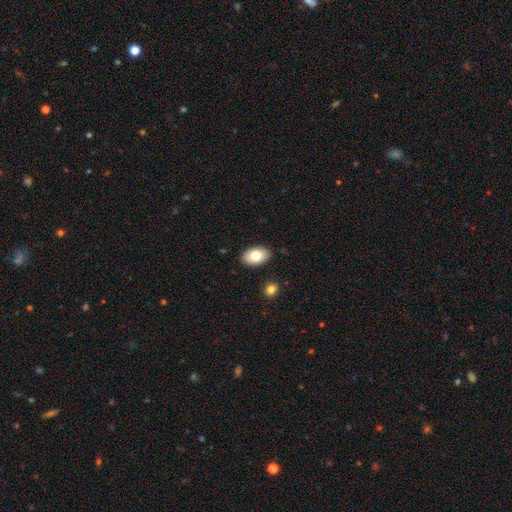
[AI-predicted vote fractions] Overall: smooth (78%). How rounded: in between (92%). Merging: none (88%).